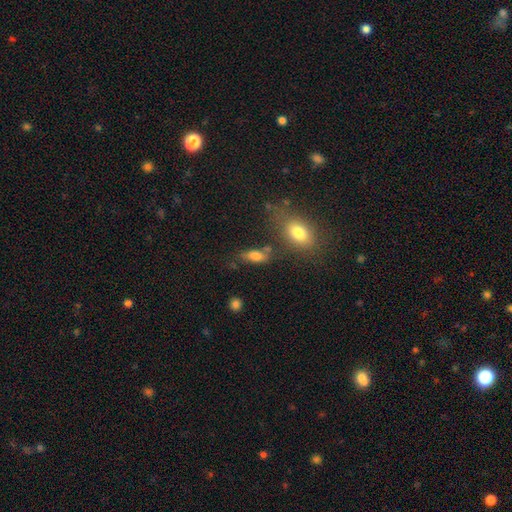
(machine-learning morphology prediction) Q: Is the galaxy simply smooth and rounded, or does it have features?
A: smooth — 77%.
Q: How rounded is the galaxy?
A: in between — 80%.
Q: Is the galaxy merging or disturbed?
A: none — 58%.